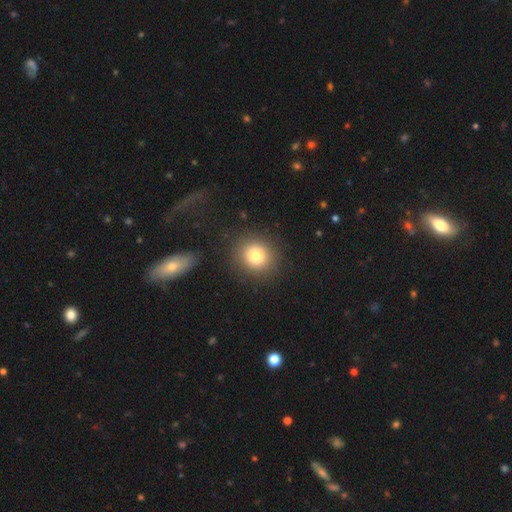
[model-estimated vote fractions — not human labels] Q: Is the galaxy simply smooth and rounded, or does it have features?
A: smooth — 79%.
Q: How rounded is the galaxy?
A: round — 84%.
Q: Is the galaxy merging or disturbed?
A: none — 87%.